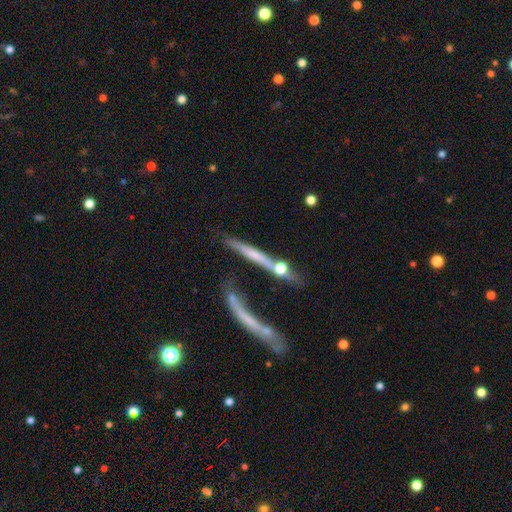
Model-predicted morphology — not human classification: smooth-or-featured: featured or disk: 49% | smooth: 41% | star or artifact: 10%
  merging: none: 42% | merger: 29% | minor disturbance: 15% | major disturbance: 14%